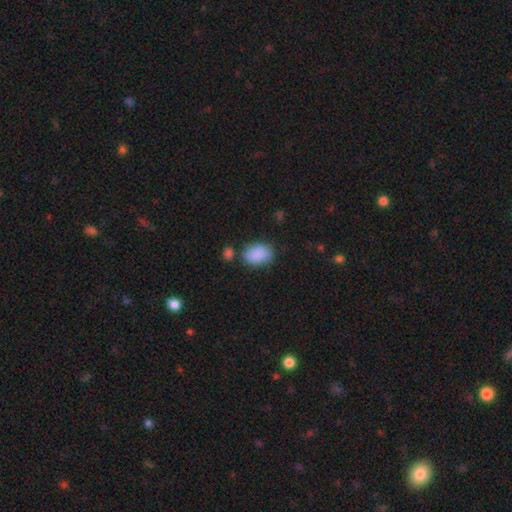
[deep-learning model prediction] A smooth galaxy with no disk features (88%) that is in between round and cigar-shaped (81%). Merging: none (64%).